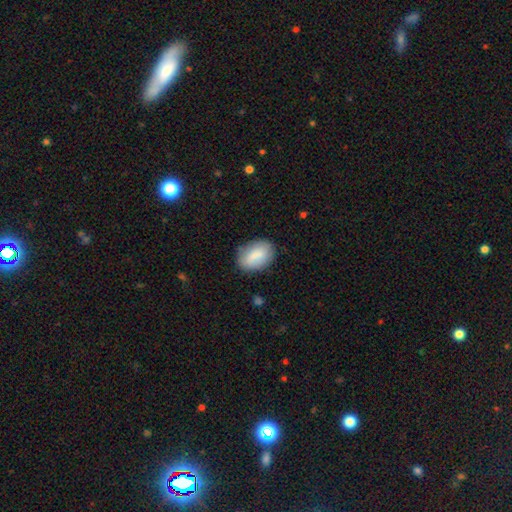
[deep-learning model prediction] A smooth galaxy with no disk features (80%) that is in between round and cigar-shaped (87%).

Vote fractions:
- Smooth or featured? smooth: 80% / featured or disk: 13% / star or artifact: 7%
- How rounded? in between: 87% / round: 11% / cigar-shaped: 1%
- Merging? none: 77% / minor disturbance: 17% / major disturbance: 4% / merger: 2%